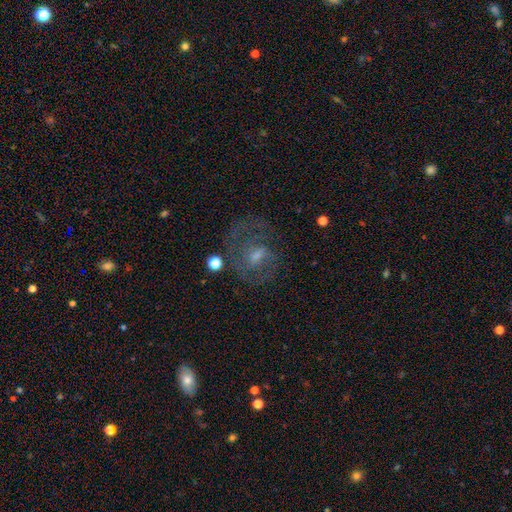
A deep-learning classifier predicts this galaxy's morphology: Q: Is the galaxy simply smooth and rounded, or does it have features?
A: featured or disk — 65%.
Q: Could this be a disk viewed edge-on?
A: no — 96%.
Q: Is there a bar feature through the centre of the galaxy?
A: weak — 51%.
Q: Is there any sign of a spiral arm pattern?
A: yes — 73%.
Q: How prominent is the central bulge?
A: small — 39%, tied with moderate.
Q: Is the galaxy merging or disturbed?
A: none — 52%.